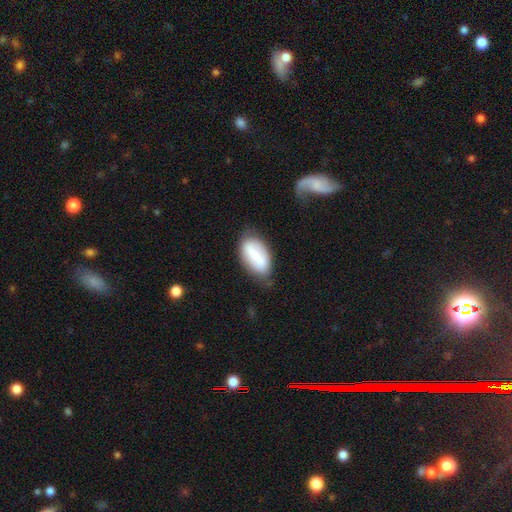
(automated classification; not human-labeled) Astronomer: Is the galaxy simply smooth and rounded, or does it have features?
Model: smooth — 63%.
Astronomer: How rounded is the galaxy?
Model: in between — 89%.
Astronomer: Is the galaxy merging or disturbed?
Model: none — 67%.